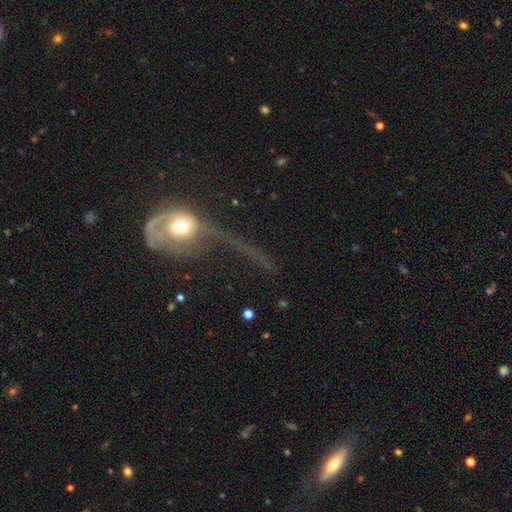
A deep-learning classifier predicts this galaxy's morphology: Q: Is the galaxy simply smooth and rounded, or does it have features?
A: featured or disk — 50%.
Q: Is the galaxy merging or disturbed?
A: major disturbance — 55%.